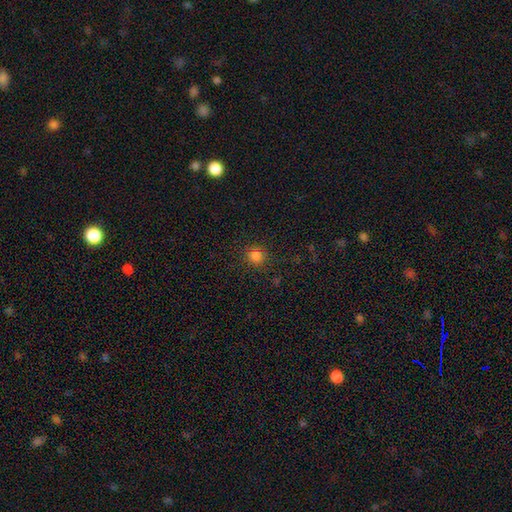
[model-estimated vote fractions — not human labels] The model was most divided on "smooth or featured": smooth: 82%, star or artifact: 15%, featured or disk: 4%. More confident: how rounded — round (90%); merging — none (88%).